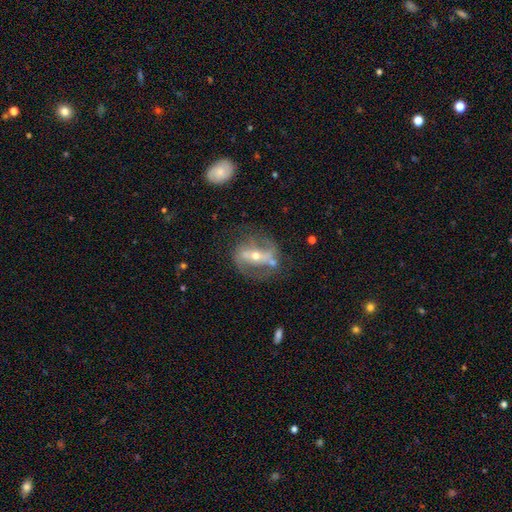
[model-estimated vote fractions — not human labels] This appears to be a featured or disk galaxy (81%) with a strong bar (64%), 2 (83%) medium (44%) spiral arms (80%) and a small central bulge (49%). Merging: none (63%).